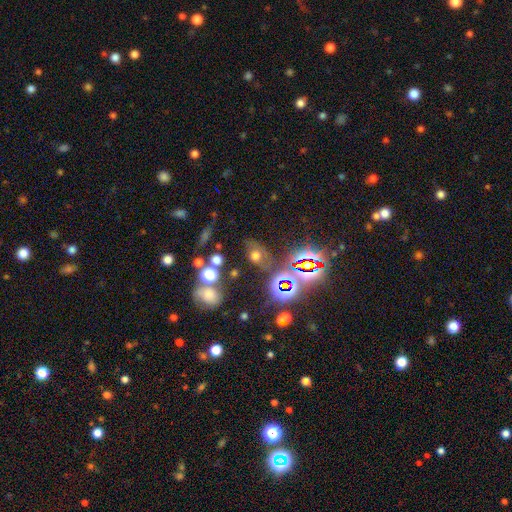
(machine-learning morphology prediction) The model was most divided on "smooth or featured": smooth: 49%, star or artifact: 36%, featured or disk: 15%. More confident: merging — none (58%).